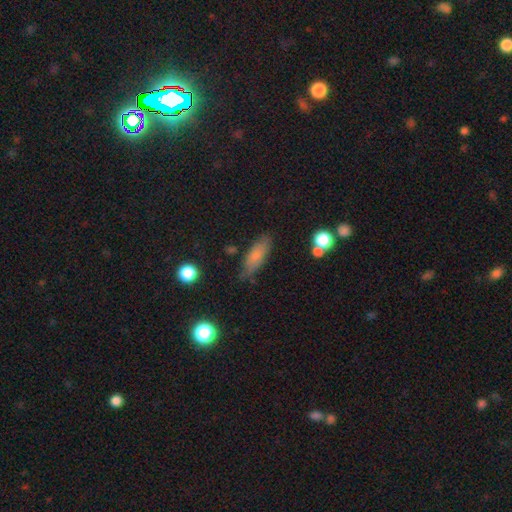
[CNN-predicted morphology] type=smooth (76%); roundness=in between (55%); merging=none (75%).